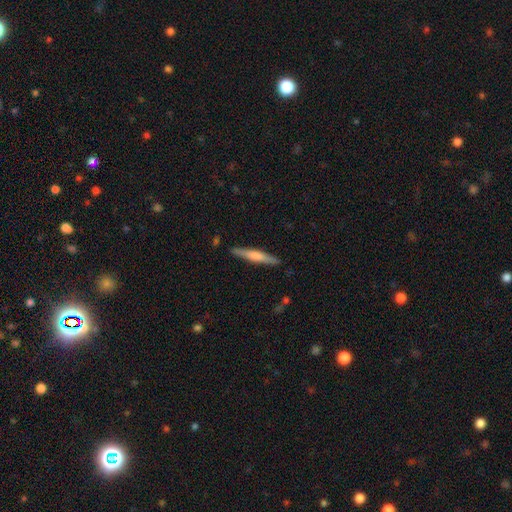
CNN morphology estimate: smooth-or-featured: smooth: 50% | featured or disk: 45% | star or artifact: 5%
  how-rounded: cigar-shaped: 93% | in between: 5% | round: 1%
  merging: none: 89% | minor disturbance: 8% | major disturbance: 2% | merger: 1%